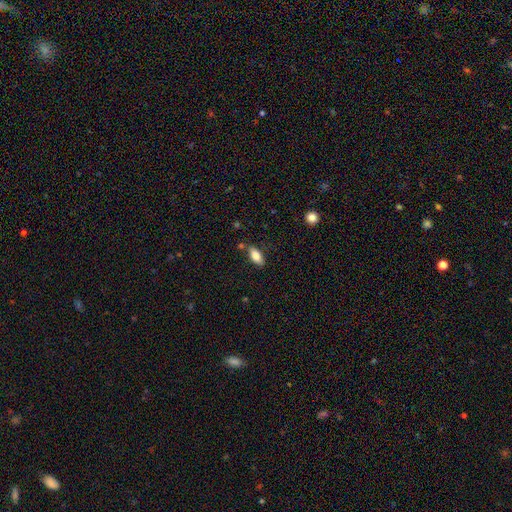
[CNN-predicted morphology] Q: Smooth or featured?
A: smooth (79%); runner-up: featured or disk (14%)
Q: How rounded?
A: in between (85%); runner-up: cigar-shaped (13%)
Q: Merging?
A: none (78%); runner-up: minor disturbance (14%)